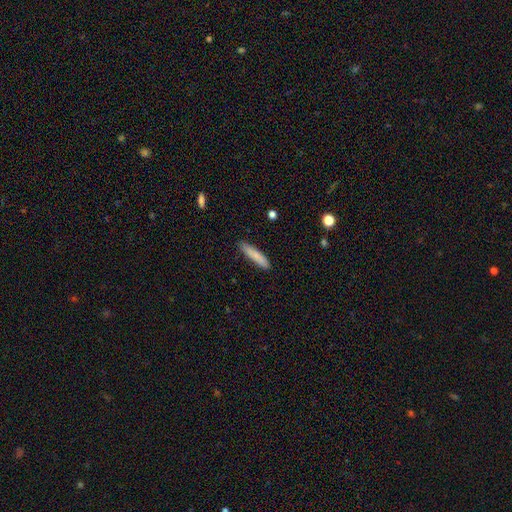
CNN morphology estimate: smooth 83%, featured or disk 10%, star or artifact 6%. Down the decision tree: how rounded — cigar-shaped (87%); merging — none (86%).